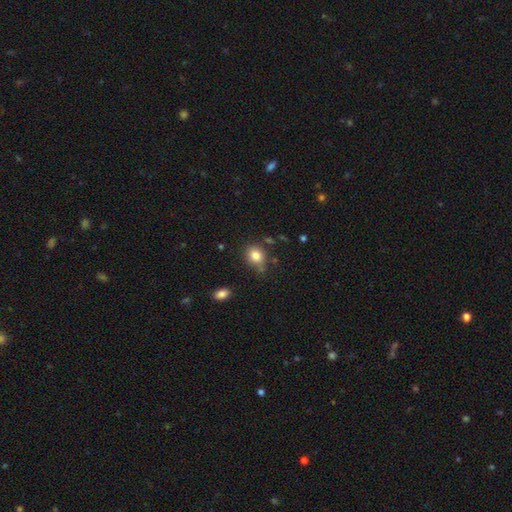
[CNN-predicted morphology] Smooth or featured: smooth — 82% (star or artifact — 11%)
How rounded: round — 62% (in between — 37%)
Merging: none — 72% (minor disturbance — 17%)